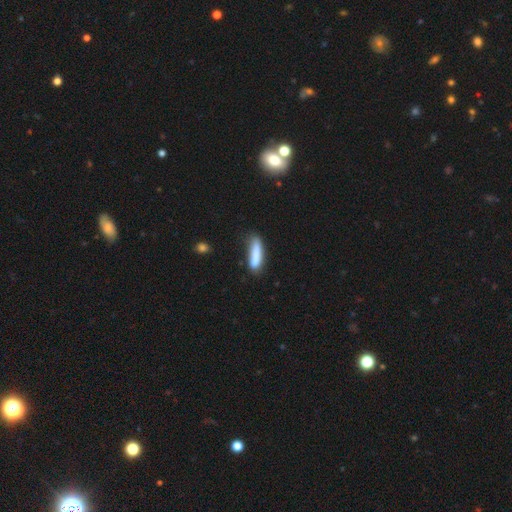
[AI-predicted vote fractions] smooth_or_featured: smooth (p=0.81) [alt: featured or disk p=0.13]
how_rounded: cigar-shaped (p=0.77) [alt: in between p=0.21]
merging: none (p=0.61) [alt: minor disturbance p=0.26]